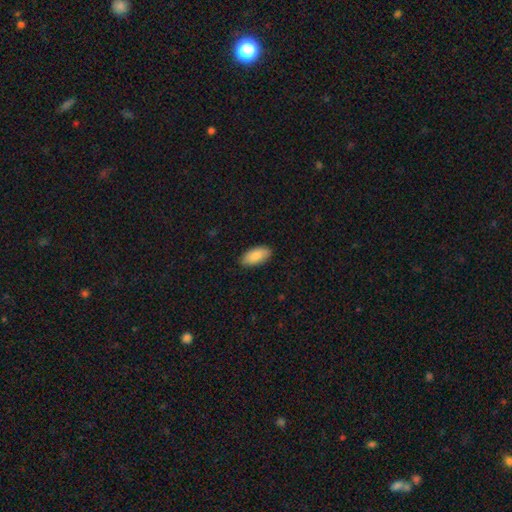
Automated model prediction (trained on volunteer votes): The model was most divided on "merging": none: 88%, minor disturbance: 9%, major disturbance: 2%, merger: 1%. More confident: how rounded — in between (93%); smooth or featured — smooth (88%).